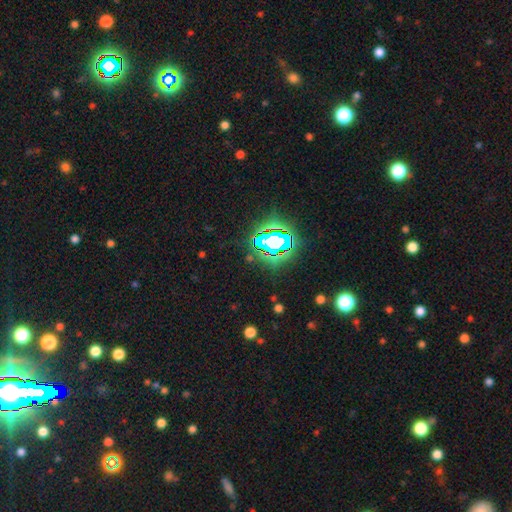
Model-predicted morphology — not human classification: type=star or artifact (83%).